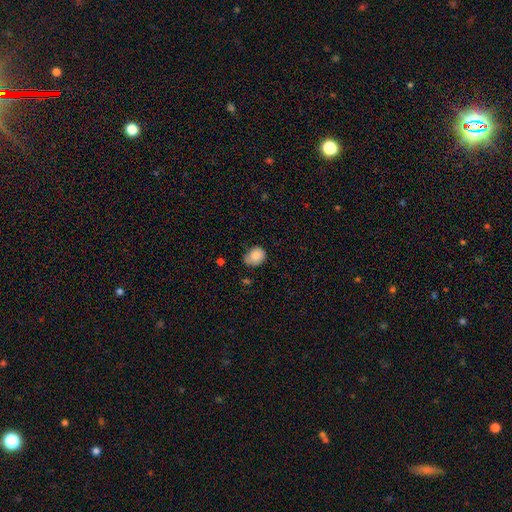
Smooth or featured?
  - smooth: 79% *
  - featured or disk: 10%
  - star or artifact: 10%
How rounded?
  - in between: 68% *
  - round: 32%
  - cigar-shaped: 0%
Merging?
  - none: 46% *
  - minor disturbance: 34%
  - major disturbance: 20%
  - merger: 0%